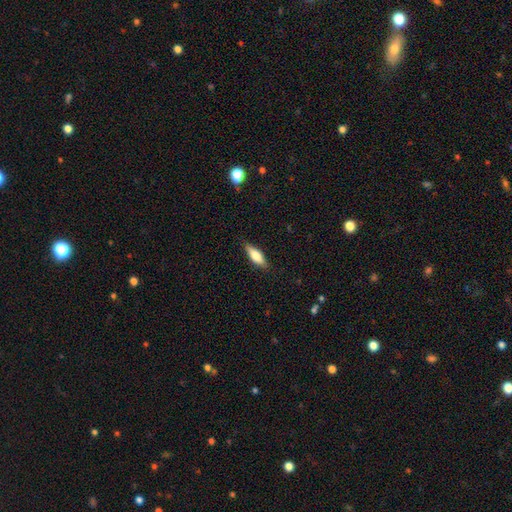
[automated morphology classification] Q: Smooth or featured?
A: smooth (69%); runner-up: featured or disk (24%)
Q: How rounded?
A: in between (59%); runner-up: cigar-shaped (39%)
Q: Merging?
A: none (85%); runner-up: minor disturbance (12%)